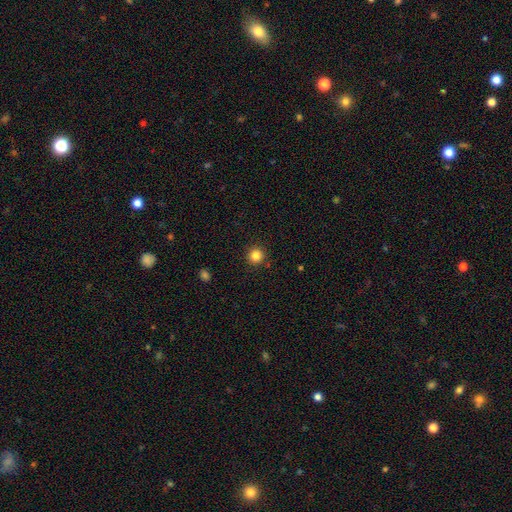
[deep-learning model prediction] Smooth or featured: smooth — 84% (star or artifact — 12%)
How rounded: round — 95% (in between — 4%)
Merging: none — 91% (minor disturbance — 6%)